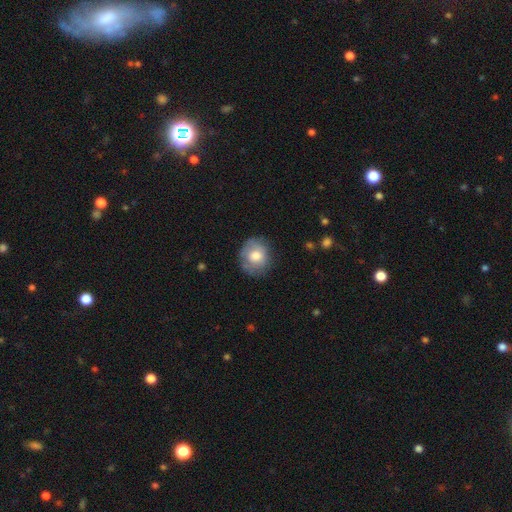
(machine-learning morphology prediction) Overall: smooth (72%). How rounded: round (75%). Merging: none (72%).